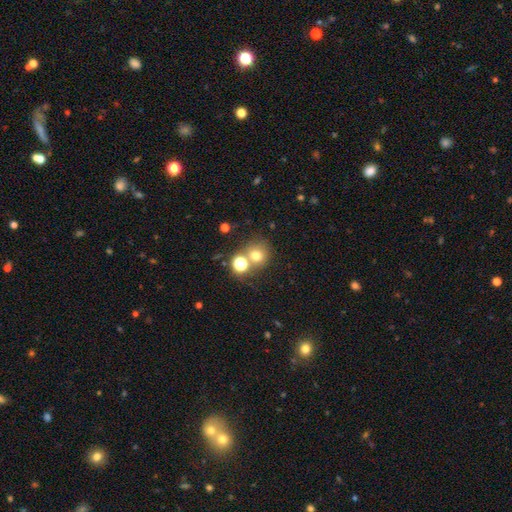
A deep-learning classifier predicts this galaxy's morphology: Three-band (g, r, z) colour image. It shows a smooth galaxy with no disk features (70%) that is round (87%). Merging: none (62%).